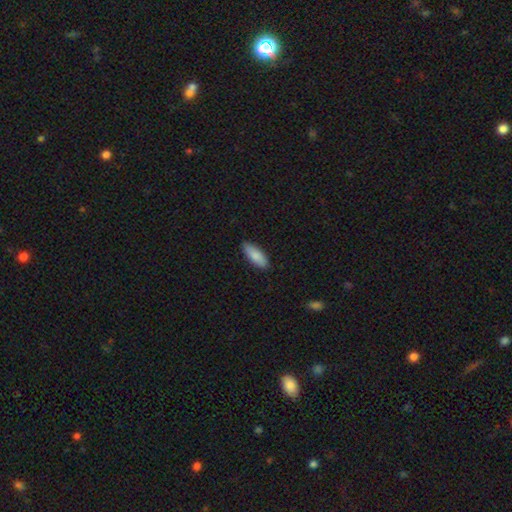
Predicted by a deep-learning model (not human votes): Morphology: type=smooth (86%); roundness=in between (72%); merging=none (88%).